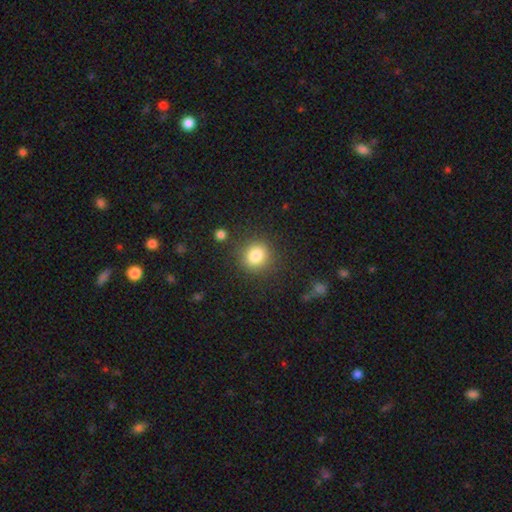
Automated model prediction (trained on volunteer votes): Smooth or featured? Predicted: smooth (p=0.84). How rounded? Predicted: round (p=0.83). Merging? Predicted: none (p=0.85).